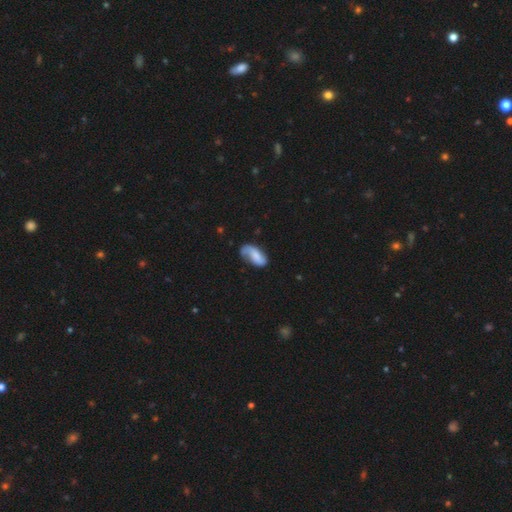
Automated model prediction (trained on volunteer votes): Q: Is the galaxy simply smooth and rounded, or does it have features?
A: featured or disk — 49%.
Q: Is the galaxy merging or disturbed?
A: none — 54%.